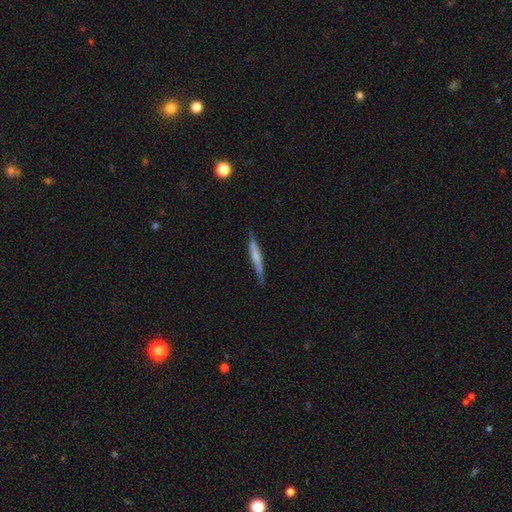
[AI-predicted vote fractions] A smooth galaxy with no disk features (48%).

Vote fractions:
- Smooth or featured? smooth: 48% / featured or disk: 46% / star or artifact: 6%
- Merging? none: 87% / minor disturbance: 10% / major disturbance: 2% / merger: 1%